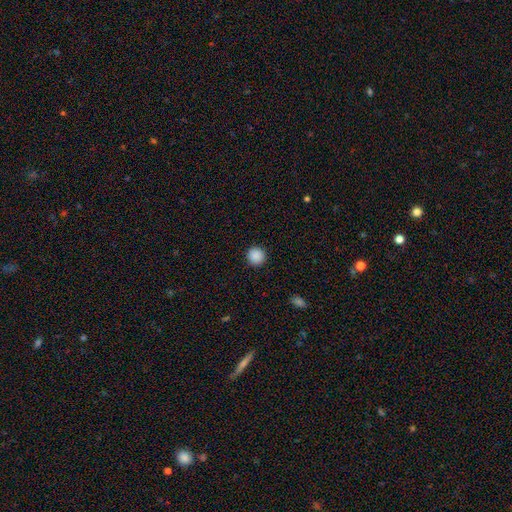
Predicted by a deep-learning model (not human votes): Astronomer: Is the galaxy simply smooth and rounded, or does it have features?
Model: smooth — 89%.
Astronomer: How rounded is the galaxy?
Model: round — 95%.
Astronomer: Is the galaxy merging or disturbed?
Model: none — 93%.